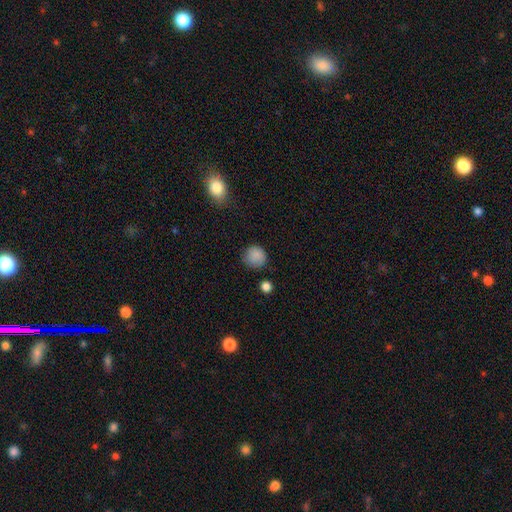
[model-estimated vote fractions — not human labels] Q: Smooth or featured?
A: smooth (86%); runner-up: star or artifact (10%)
Q: How rounded?
A: round (89%); runner-up: in between (10%)
Q: Merging?
A: none (77%); runner-up: minor disturbance (17%)